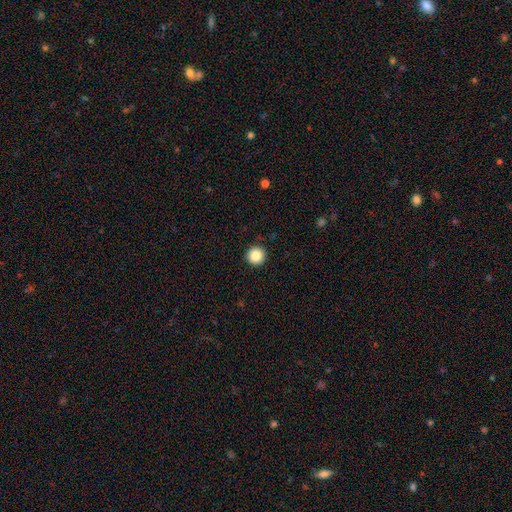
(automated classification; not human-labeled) Q: Smooth or featured?
A: smooth (87%); runner-up: star or artifact (9%)
Q: How rounded?
A: round (96%); runner-up: in between (3%)
Q: Merging?
A: none (92%); runner-up: minor disturbance (5%)